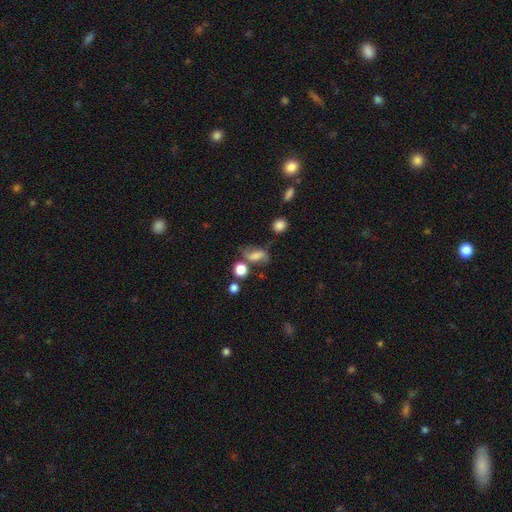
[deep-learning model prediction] The model was most divided on "smooth or featured": smooth: 51%, featured or disk: 34%, star or artifact: 14%. Remaining: how rounded — in between (68%); merging — none (47%).